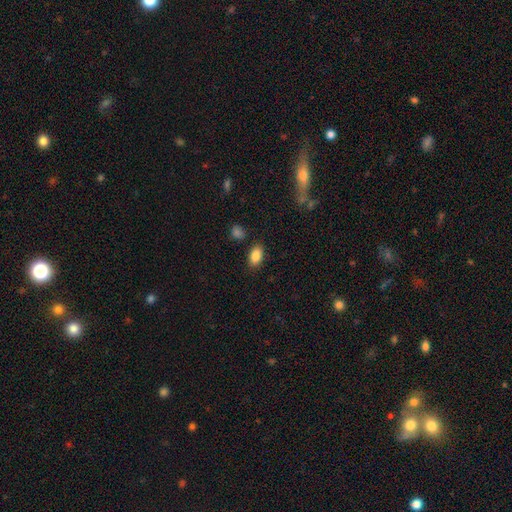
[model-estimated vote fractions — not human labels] Q: Smooth or featured?
A: smooth (86%); runner-up: star or artifact (8%)
Q: How rounded?
A: in between (91%); runner-up: round (7%)
Q: Merging?
A: none (85%); runner-up: minor disturbance (10%)